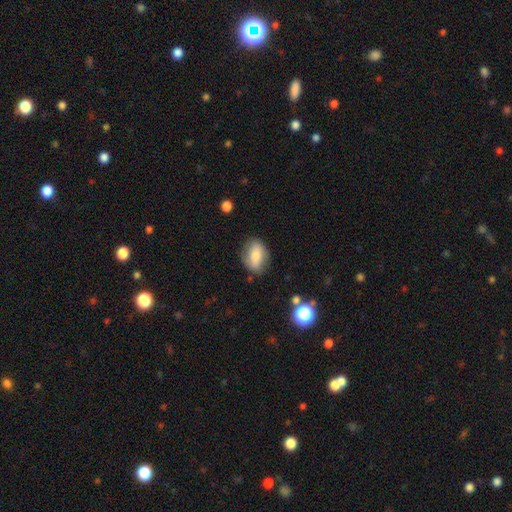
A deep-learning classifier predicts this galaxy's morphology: A smooth galaxy with no disk features (73%) that is in between round and cigar-shaped (81%). Merging: none (74%).